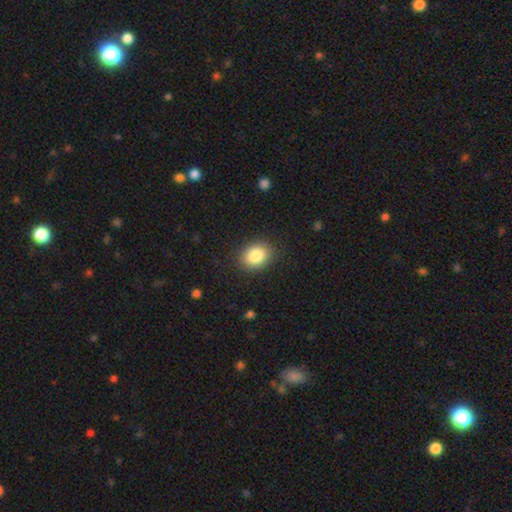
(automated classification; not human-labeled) Overall: smooth (85%). How rounded: in between (57%; round 42%). Merging: none (88%).